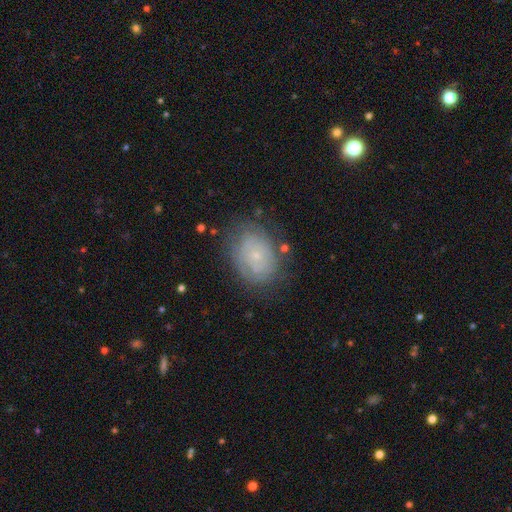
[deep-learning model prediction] A featured or disk galaxy (51%).

Vote fractions:
- Smooth or featured? featured or disk: 51% / smooth: 39% / star or artifact: 10%
- Edge-on disk? no: 96% / yes: 4%
- Merging? none: 71% / minor disturbance: 19% / major disturbance: 8% / merger: 2%